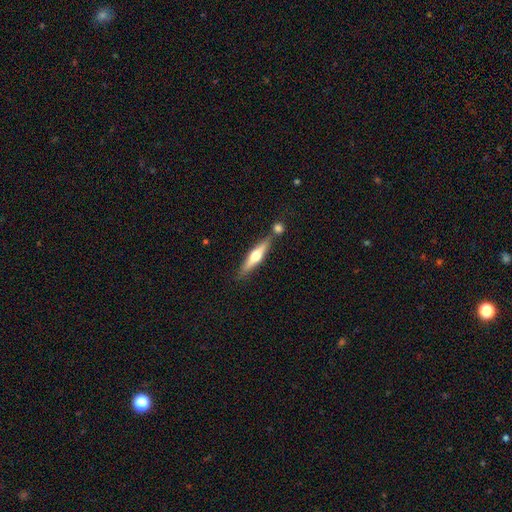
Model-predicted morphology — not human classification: This is possibly a featured or disk galaxy (60%). It is clearly viewed edge-on (95%). Edge-on bulge: clearly rounded (93%). Merging: likely none (72%).